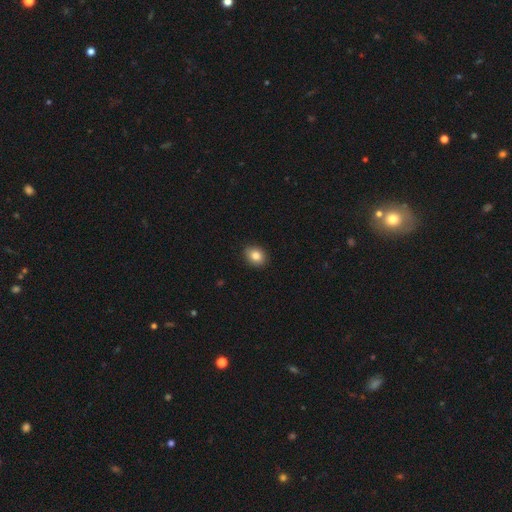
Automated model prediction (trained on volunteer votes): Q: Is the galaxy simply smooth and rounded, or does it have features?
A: smooth — 84%.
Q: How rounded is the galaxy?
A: in between — 54%.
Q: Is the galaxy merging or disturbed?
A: none — 90%.